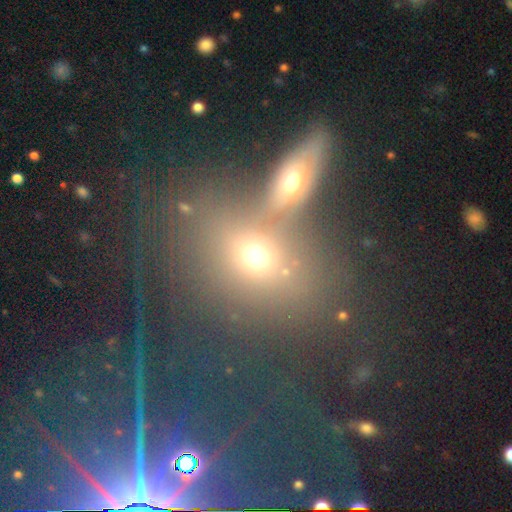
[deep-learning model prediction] Morphology: type=smooth (57%); roundness=in between (56%); merging=none (49%).